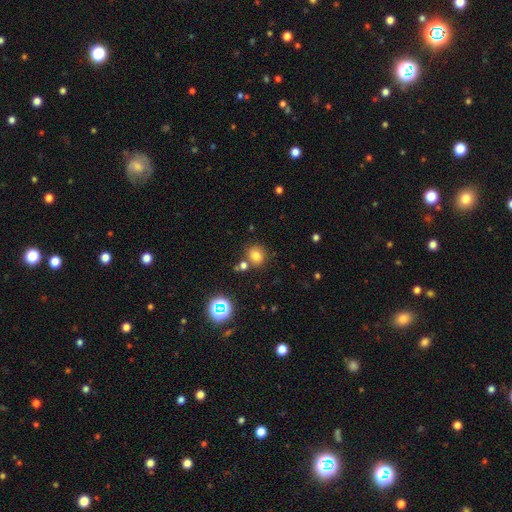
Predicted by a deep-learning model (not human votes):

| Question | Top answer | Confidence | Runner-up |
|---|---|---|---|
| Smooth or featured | smooth | 76% | star or artifact (17%) |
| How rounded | round | 81% | in between (18%) |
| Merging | none | 73% | merger (14%) |